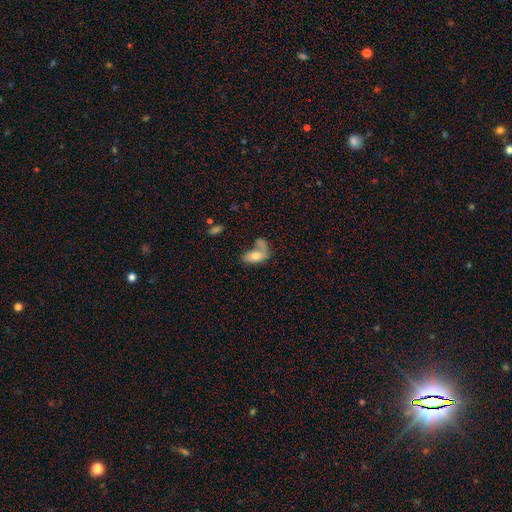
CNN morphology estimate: Q: Smooth or featured?
A: smooth (67%); runner-up: featured or disk (25%)
Q: How rounded?
A: in between (89%); runner-up: round (6%)
Q: Merging?
A: merger (32%); runner-up: none (27%)